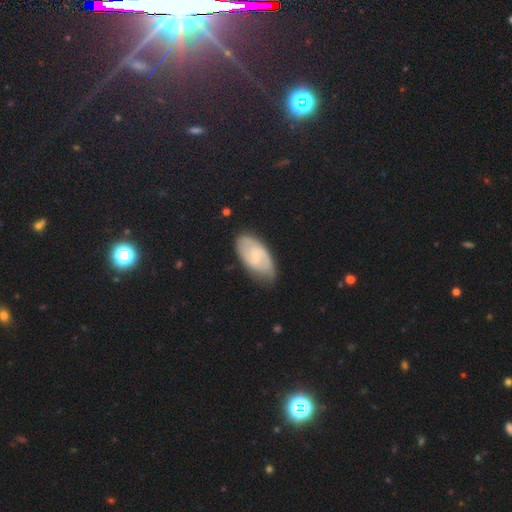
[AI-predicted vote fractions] featured or disk 66%, smooth 28%, star or artifact 6%. Down the decision tree: edge-on disk — no (95%); bar — no (53%); spiral arms — yes (88%); spiral arm count — 2 (67%); spiral winding — tight (44%); bulge size — small (74%); merging — none (70%).